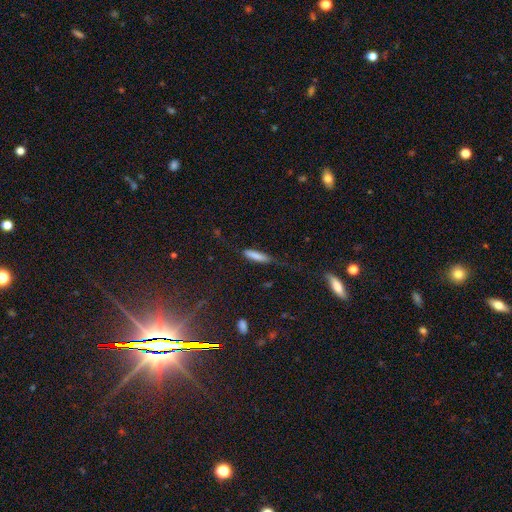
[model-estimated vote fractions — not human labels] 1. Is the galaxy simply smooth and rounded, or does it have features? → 78% smooth, 14% featured or disk, 8% star or artifact.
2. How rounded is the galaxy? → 82% cigar-shaped, 16% in between, 2% round.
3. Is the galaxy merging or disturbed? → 56% none, 28% minor disturbance, 14% major disturbance, 3% merger.